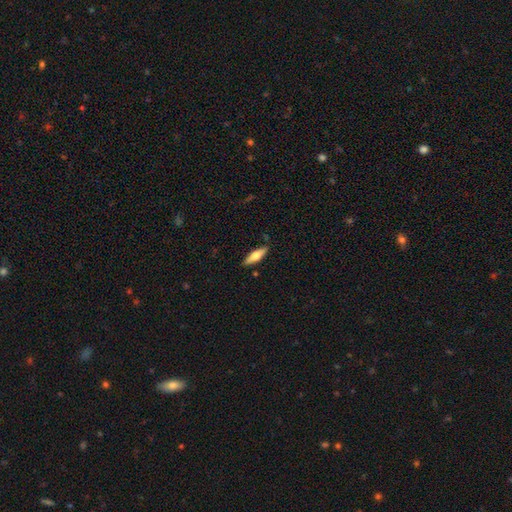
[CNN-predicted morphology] Overall: smooth (57%; featured or disk 38%). How rounded: cigar-shaped (58%; in between 40%). Merging: none (88%).